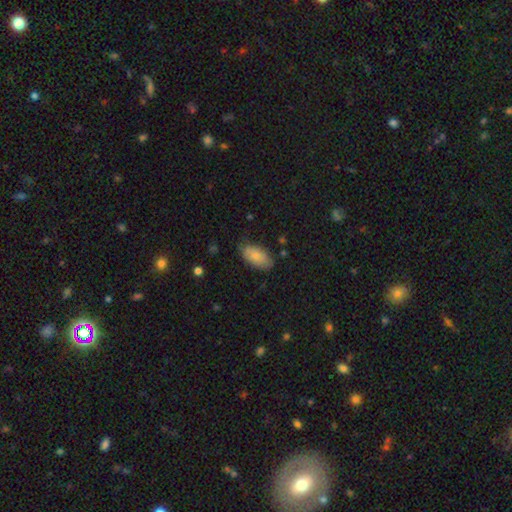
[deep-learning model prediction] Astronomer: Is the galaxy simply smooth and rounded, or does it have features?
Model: smooth — 78%.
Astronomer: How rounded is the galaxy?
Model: in between — 94%.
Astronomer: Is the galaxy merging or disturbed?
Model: none — 74%.